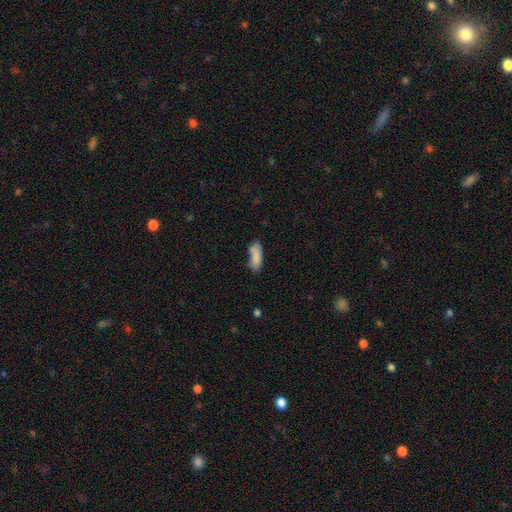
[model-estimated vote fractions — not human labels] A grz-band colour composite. It shows a smooth galaxy with no disk features (85%) that is in between round and cigar-shaped (59%). Merging: none (62%).